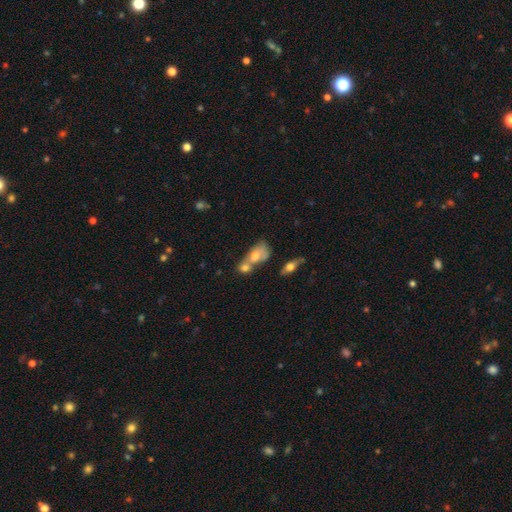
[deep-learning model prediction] Overall: smooth (69%). How rounded: in between (79%). Merging: merger (63%).